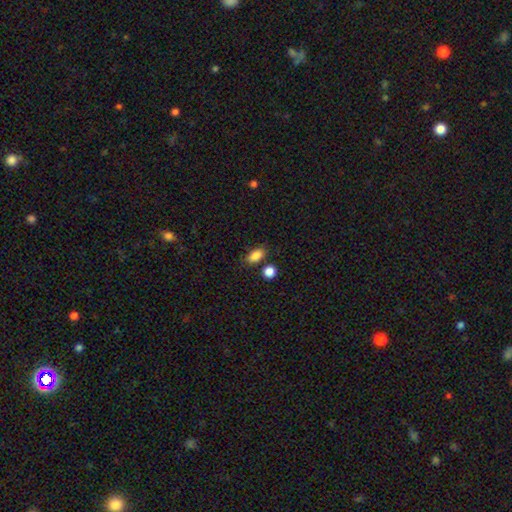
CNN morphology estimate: A smooth galaxy with no disk features (86%) that is in between round and cigar-shaped (85%). Merging: none (76%).